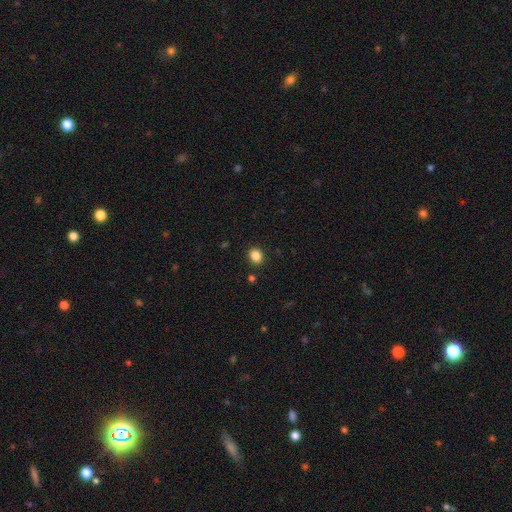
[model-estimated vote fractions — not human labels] smooth_or_featured: smooth (p=0.85) [alt: star or artifact p=0.11]
how_rounded: round (p=0.61) [alt: in between p=0.38]
merging: none (p=0.90) [alt: minor disturbance p=0.07]